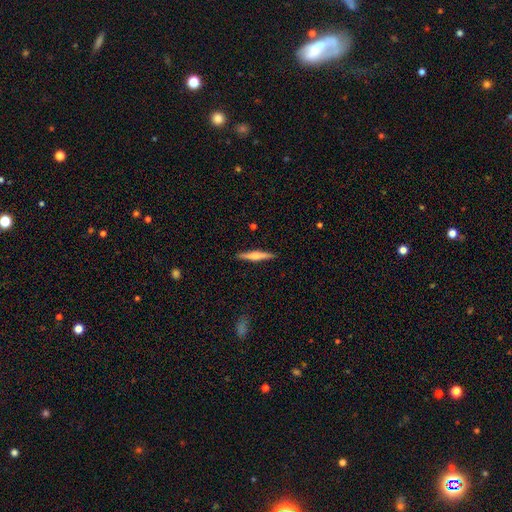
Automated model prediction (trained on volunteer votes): smooth_or_featured: smooth (p=0.51) [alt: featured or disk p=0.43]
how_rounded: cigar-shaped (p=0.93) [alt: in between p=0.06]
merging: none (p=0.90) [alt: minor disturbance p=0.07]